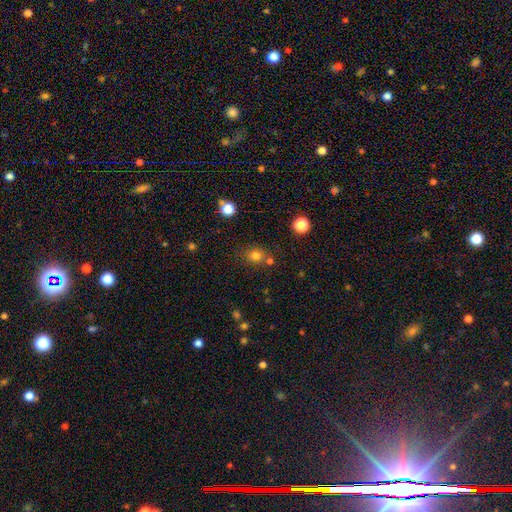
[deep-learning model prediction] Q: Smooth or featured?
A: smooth (77%); runner-up: star or artifact (16%)
Q: How rounded?
A: round (72%); runner-up: in between (27%)
Q: Merging?
A: none (69%); runner-up: merger (16%)